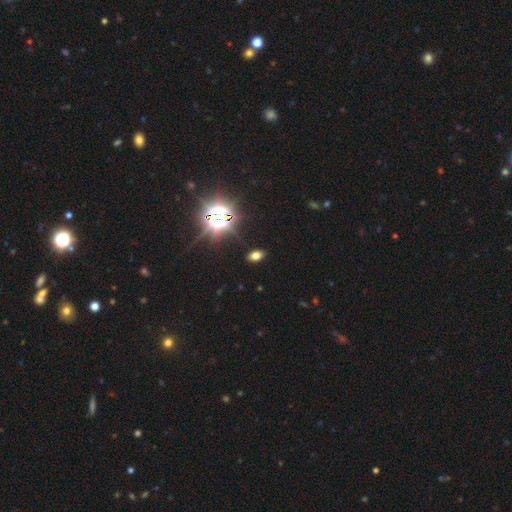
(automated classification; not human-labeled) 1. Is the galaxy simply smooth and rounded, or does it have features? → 61% smooth, 30% star or artifact, 9% featured or disk.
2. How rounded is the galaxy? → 87% in between, 10% round, 3% cigar-shaped.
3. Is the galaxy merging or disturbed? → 87% none, 8% minor disturbance, 3% major disturbance, 2% merger.